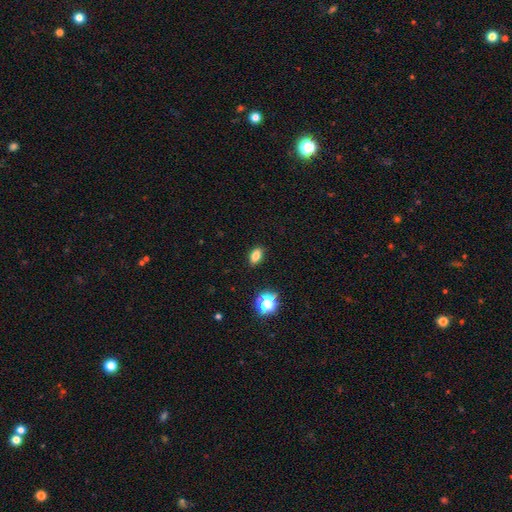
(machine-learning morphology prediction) smooth-or-featured: smooth: 78% | star or artifact: 14% | featured or disk: 8%
  how-rounded: in between: 83% | round: 13% | cigar-shaped: 4%
  merging: none: 87% | minor disturbance: 10% | major disturbance: 2% | merger: 1%